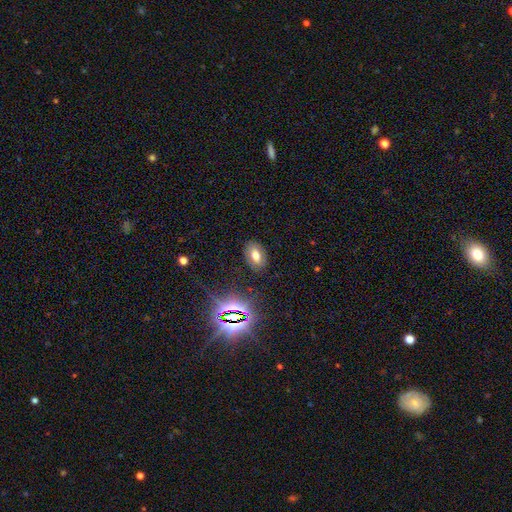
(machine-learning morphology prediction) type=smooth (62%); roundness=in between (87%); merging=none (85%).